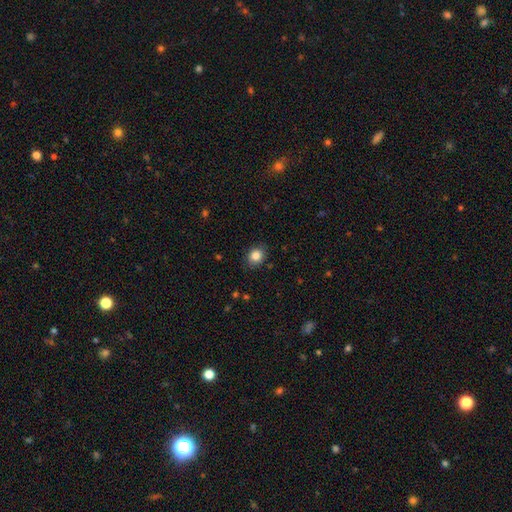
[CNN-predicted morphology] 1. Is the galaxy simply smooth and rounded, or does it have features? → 85% smooth, 10% star or artifact, 5% featured or disk.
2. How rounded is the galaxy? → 62% round, 37% in between, 1% cigar-shaped.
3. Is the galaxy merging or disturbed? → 86% none, 10% minor disturbance, 3% major disturbance, 1% merger.